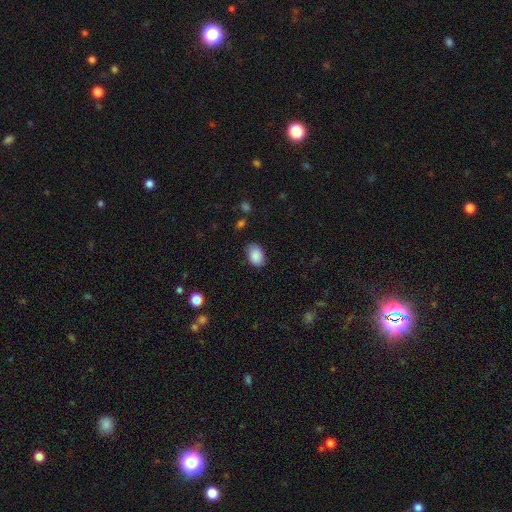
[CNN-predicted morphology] Smooth or featured: smooth — 89% (star or artifact — 7%)
How rounded: in between — 83% (round — 16%)
Merging: none — 81% (minor disturbance — 15%)